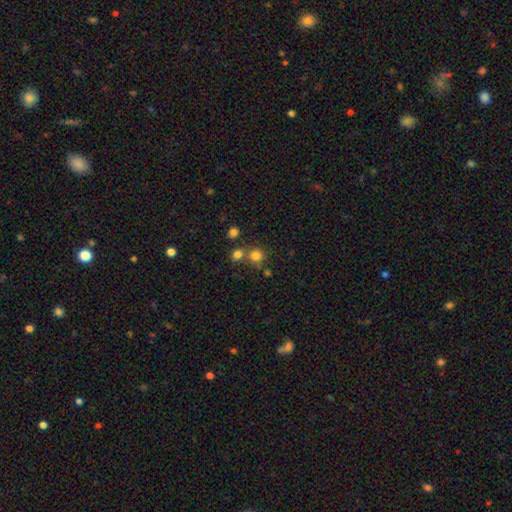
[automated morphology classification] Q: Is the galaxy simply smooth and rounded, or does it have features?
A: smooth — 78%.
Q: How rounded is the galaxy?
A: round — 89%.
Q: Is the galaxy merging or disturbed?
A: none — 63%.